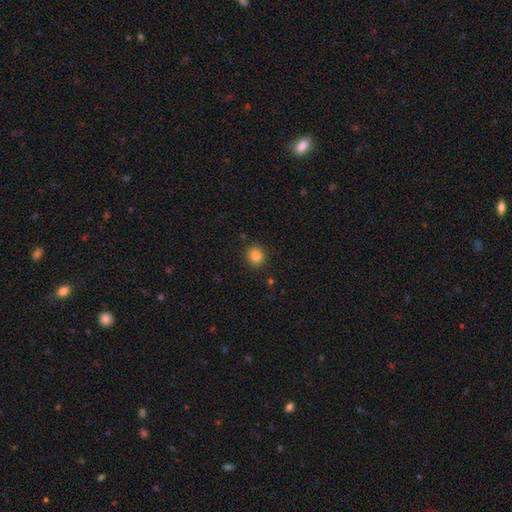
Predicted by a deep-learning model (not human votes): Morphology: type=smooth (85%); roundness=round (81%); merging=none (89%).